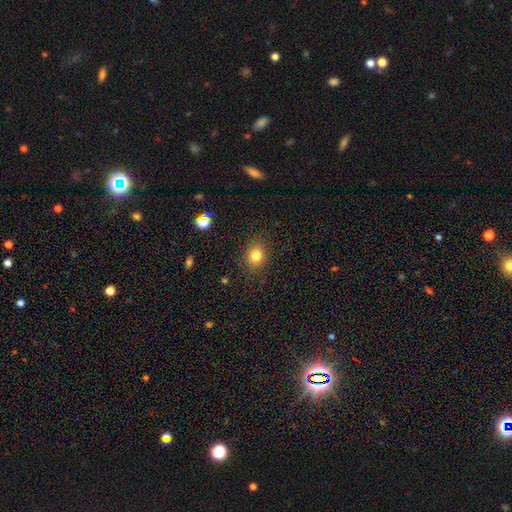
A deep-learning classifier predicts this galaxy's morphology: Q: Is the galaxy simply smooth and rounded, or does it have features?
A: smooth — 80%.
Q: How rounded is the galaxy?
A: round — 56%.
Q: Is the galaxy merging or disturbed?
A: none — 86%.